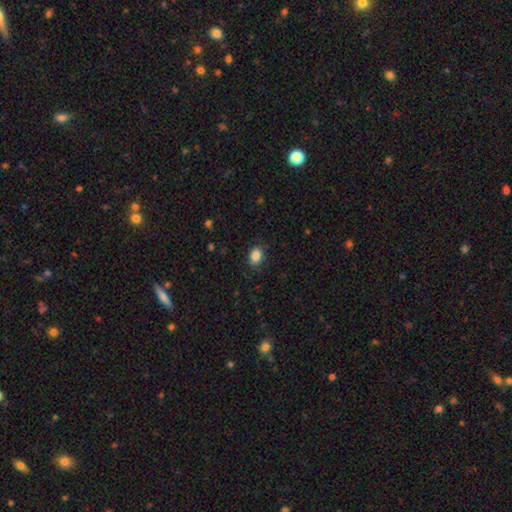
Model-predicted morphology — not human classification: type=smooth (87%); roundness=in between (67%); merging=none (84%).